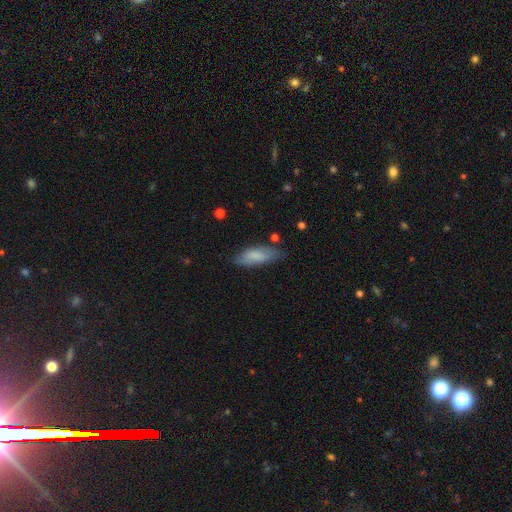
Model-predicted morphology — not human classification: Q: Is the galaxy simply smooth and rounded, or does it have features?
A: smooth — 81%.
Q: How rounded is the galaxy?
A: in between — 65%.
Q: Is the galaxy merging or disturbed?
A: none — 71%.